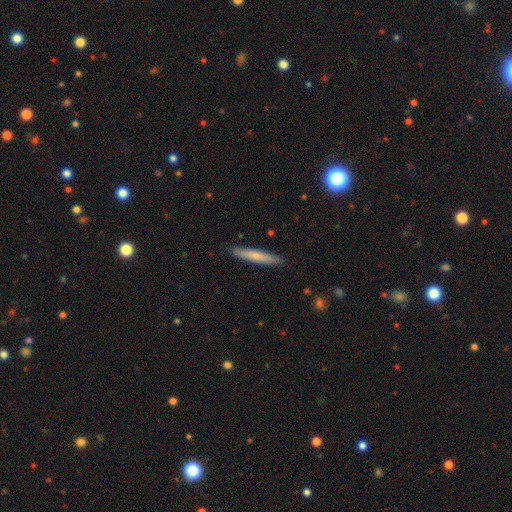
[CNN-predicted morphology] smooth_or_featured: smooth (p=0.68) [alt: featured or disk p=0.27]
how_rounded: cigar-shaped (p=0.94) [alt: in between p=0.04]
merging: none (p=0.90) [alt: minor disturbance p=0.08]